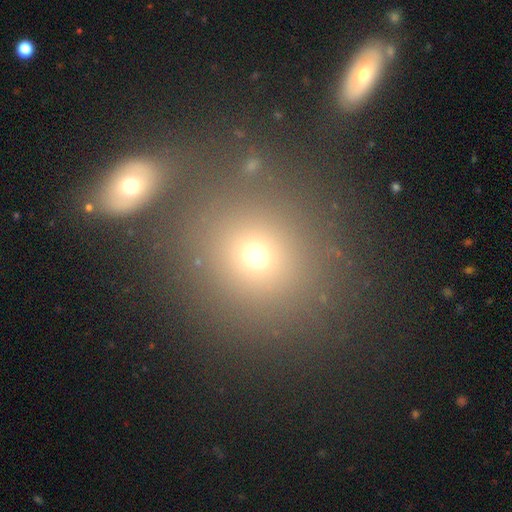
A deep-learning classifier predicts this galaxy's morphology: smooth-or-featured: smooth: 68% | star or artifact: 20% | featured or disk: 12%
  how-rounded: round: 84% | in between: 15% | cigar-shaped: 1%
  merging: none: 74% | merger: 11% | minor disturbance: 9% | major disturbance: 5%